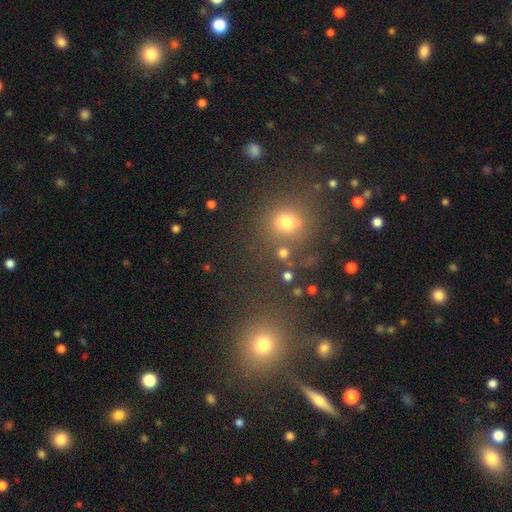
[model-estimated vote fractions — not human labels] This appears to be a smooth galaxy with no disk features (54%) that is round (84%). Merging: none (77%).